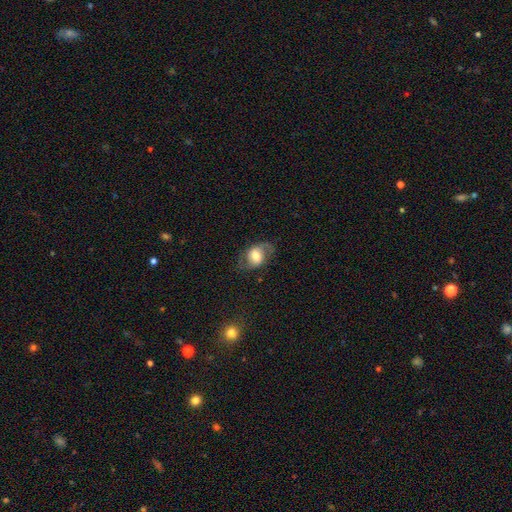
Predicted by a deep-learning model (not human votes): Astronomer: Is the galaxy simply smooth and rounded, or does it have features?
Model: featured or disk — 49% (runner-up: smooth, 43%).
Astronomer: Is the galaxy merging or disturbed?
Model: none — 66%.